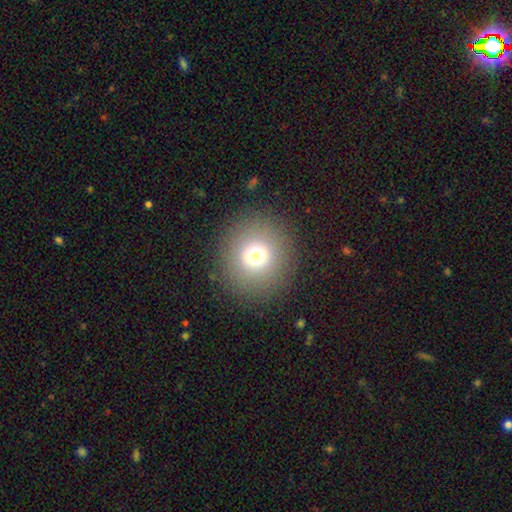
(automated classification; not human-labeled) Smooth or featured?
  - smooth: 71% *
  - star or artifact: 17%
  - featured or disk: 12%
How rounded?
  - round: 94% *
  - in between: 5%
  - cigar-shaped: 1%
Merging?
  - none: 89% *
  - minor disturbance: 6%
  - major disturbance: 4%
  - merger: 1%